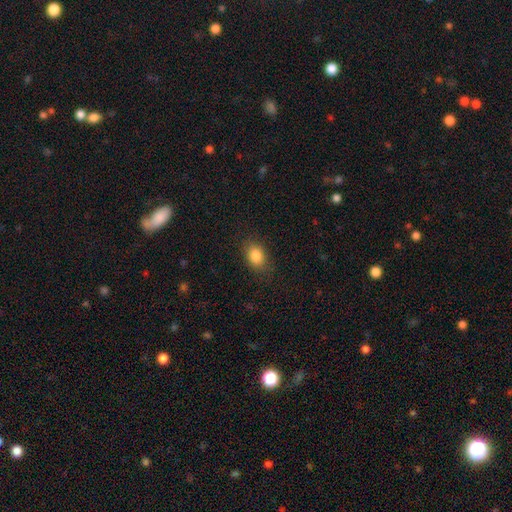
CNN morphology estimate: This appears to be a smooth galaxy with no disk features (86%) that is in between round and cigar-shaped (78%). Merging: none (83%).